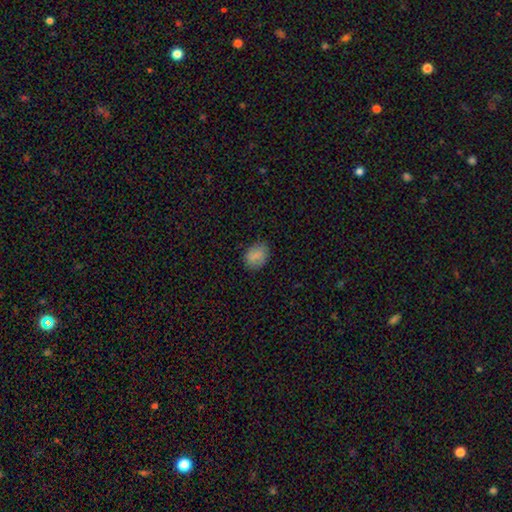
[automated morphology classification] Smooth or featured: smooth — 84% (star or artifact — 9%)
How rounded: in between — 59% (round — 40%)
Merging: none — 78% (minor disturbance — 17%)